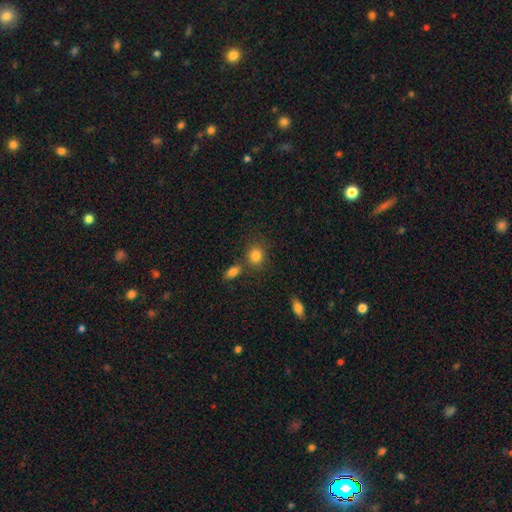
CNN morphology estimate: This is clearly a smooth galaxy (84%). How rounded: likely round (65%). Merging: likely none (66%).